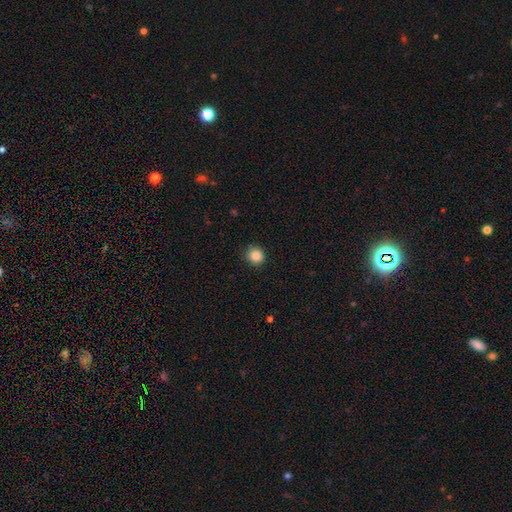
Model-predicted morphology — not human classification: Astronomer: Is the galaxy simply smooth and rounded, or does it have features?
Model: smooth — 87%.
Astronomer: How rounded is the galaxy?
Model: round — 91%.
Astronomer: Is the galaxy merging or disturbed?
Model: none — 87%.